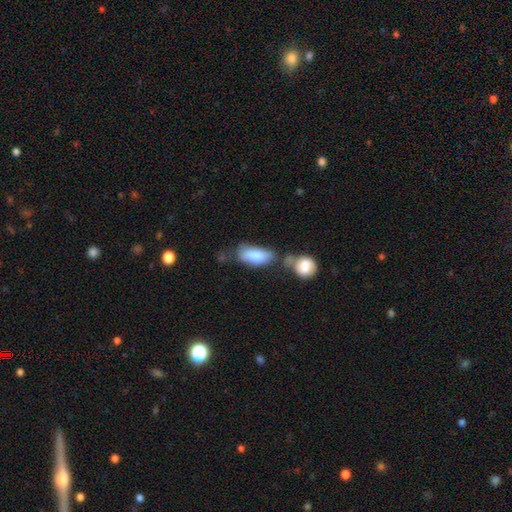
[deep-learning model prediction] The model was most divided on "merging": none: 36%, merger: 31%, minor disturbance: 22%, major disturbance: 11%. More confident: how rounded — in between (88%); smooth or featured — smooth (83%).